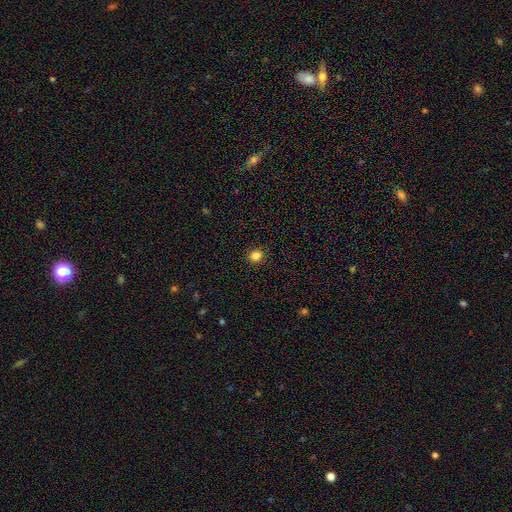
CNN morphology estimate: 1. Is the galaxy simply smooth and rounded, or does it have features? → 84% smooth, 13% star or artifact, 4% featured or disk.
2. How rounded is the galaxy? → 78% round, 21% in between, 1% cigar-shaped.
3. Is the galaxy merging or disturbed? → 90% none, 7% minor disturbance, 2% major disturbance, 1% merger.